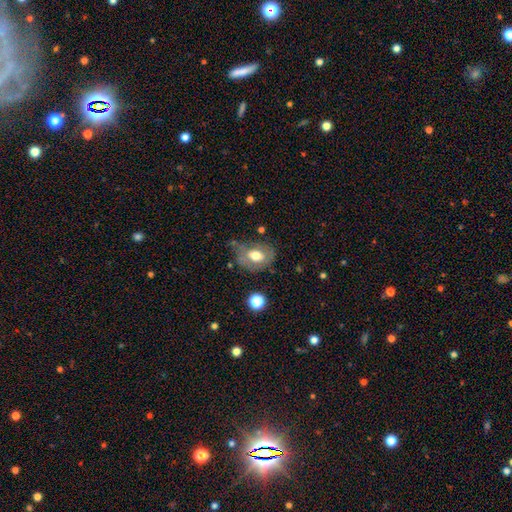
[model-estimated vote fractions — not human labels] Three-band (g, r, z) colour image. It shows a smooth galaxy with no disk features (60%) that is in between round and cigar-shaped (70%). Merging: none (49%).